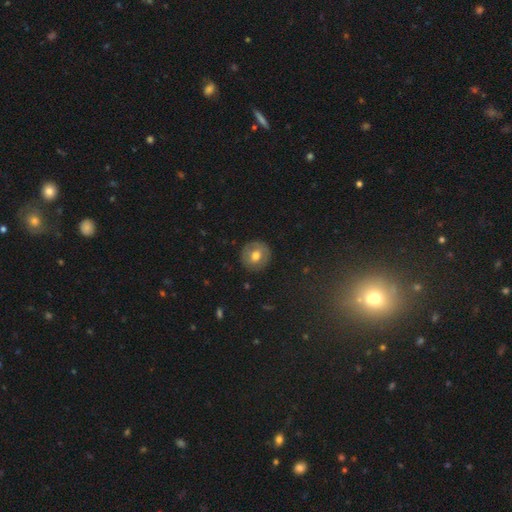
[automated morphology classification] Overall: smooth (61%; featured or disk 30%). How rounded: round (92%). Merging: none (87%).